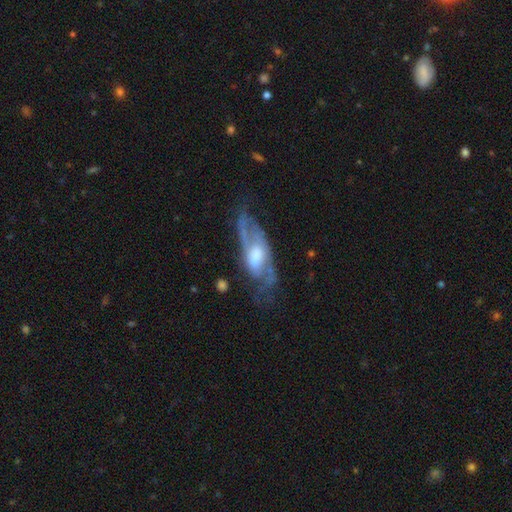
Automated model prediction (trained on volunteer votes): This is likely a featured or disk galaxy (79%). It is clearly not viewed edge-on (86%). Bar: possibly weak (45%). Spiral arm pattern: clearly yes (88%). Spiral arm count: likely 2 (62%). Spiral winding: possibly medium (49%). Central bulge: possibly moderate (50%). Merging: possibly none (56%).